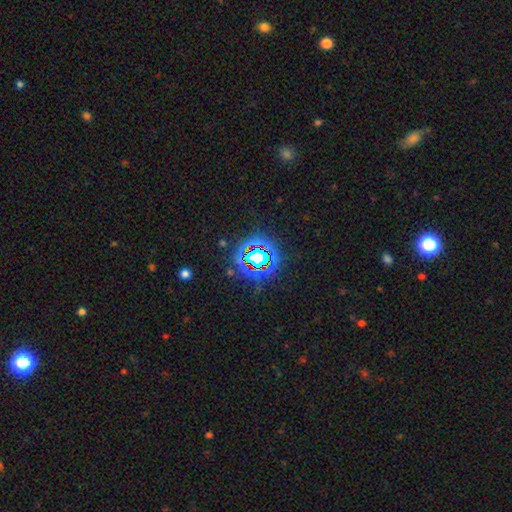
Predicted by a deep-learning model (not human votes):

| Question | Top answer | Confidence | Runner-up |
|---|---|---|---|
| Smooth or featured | star or artifact | 73% | smooth (16%) |